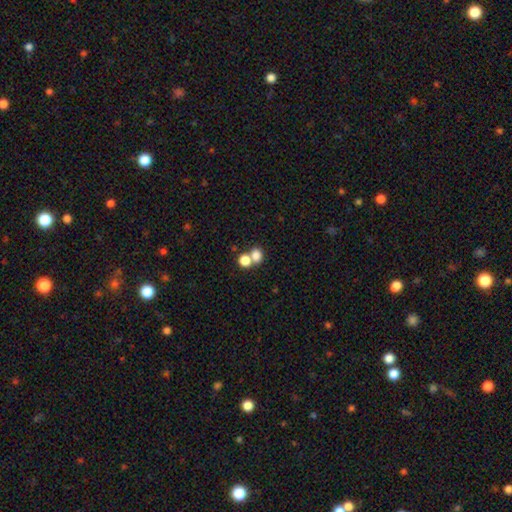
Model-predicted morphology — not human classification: smooth 79%, star or artifact 13%, featured or disk 9%. Down the decision tree: how rounded — round (64%); merging — merger (48%).